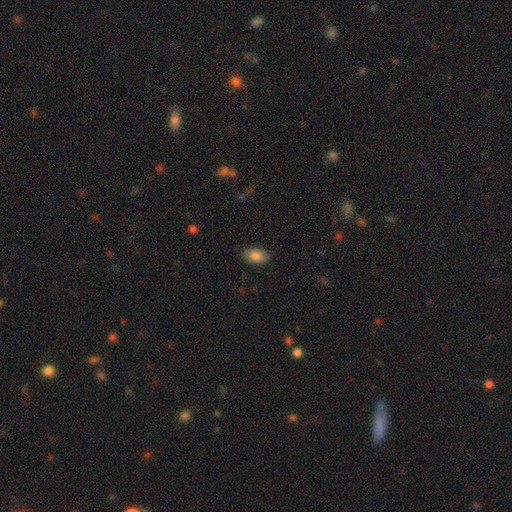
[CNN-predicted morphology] A smooth galaxy with no disk features (86%) that is in between round and cigar-shaped (92%).

Vote fractions:
- Smooth or featured? smooth: 86% / star or artifact: 7% / featured or disk: 7%
- How rounded? in between: 92% / round: 6% / cigar-shaped: 2%
- Merging? none: 86% / minor disturbance: 10% / major disturbance: 2% / merger: 1%